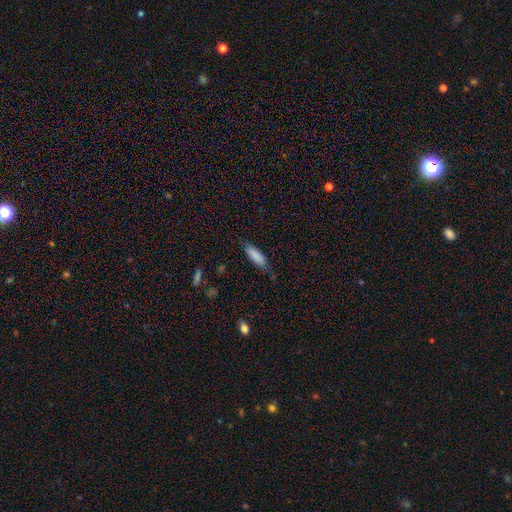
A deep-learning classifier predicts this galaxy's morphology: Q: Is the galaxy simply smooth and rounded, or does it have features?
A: smooth — 83%.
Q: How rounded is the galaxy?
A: cigar-shaped — 51%.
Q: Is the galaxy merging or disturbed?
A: none — 74%.